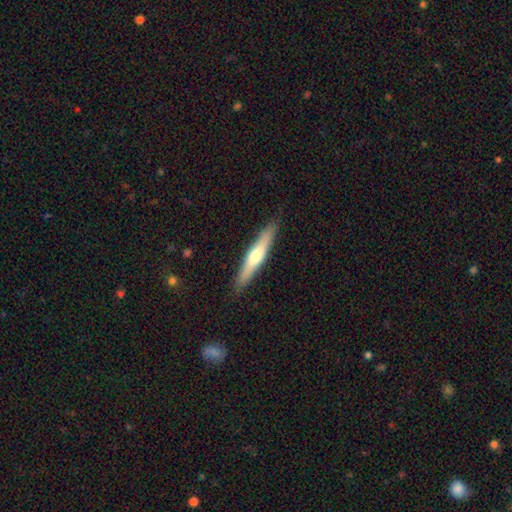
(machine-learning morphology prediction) smooth-or-featured: featured or disk: 48% | smooth: 47% | star or artifact: 5%
  merging: none: 89% | minor disturbance: 9% | major disturbance: 2% | merger: 1%